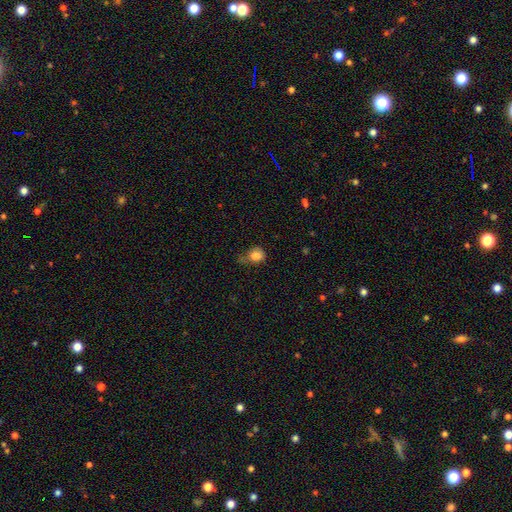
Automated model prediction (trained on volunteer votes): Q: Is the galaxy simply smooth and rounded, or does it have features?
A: smooth — 83%.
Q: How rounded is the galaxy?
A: round — 61%.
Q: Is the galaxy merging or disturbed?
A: none — 41%.